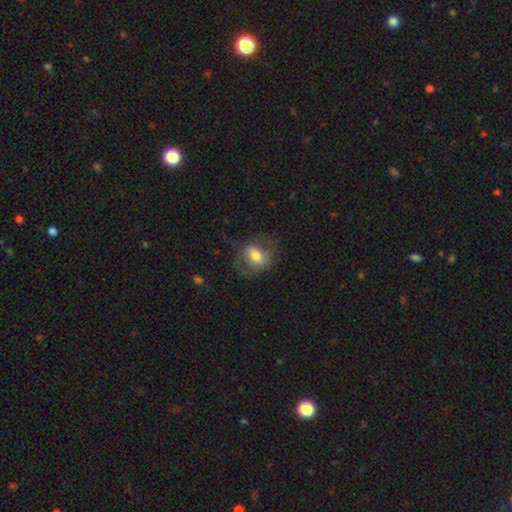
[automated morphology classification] The model was most divided on "how rounded": round: 52%, in between: 47%, cigar-shaped: 1%. More confident: smooth or featured — smooth (60%); merging — none (58%).